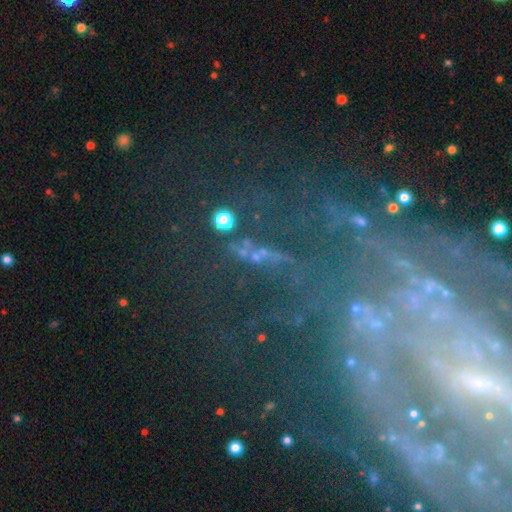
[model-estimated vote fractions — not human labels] A featured or disk galaxy (45%). Merging: none (53%).